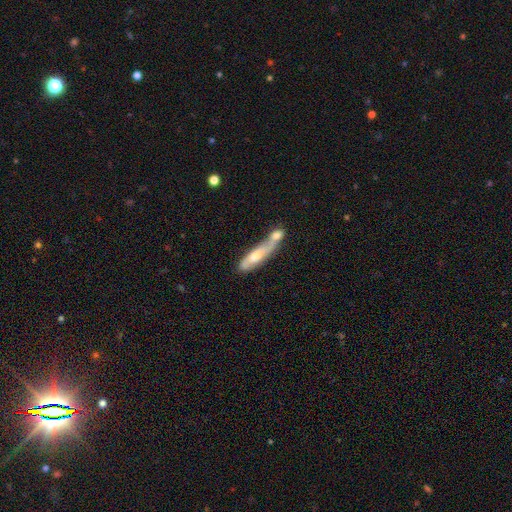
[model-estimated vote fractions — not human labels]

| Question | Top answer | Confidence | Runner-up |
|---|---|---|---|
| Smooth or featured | featured or disk | 48% | smooth (46%) |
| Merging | merger | 52% | none (26%) |